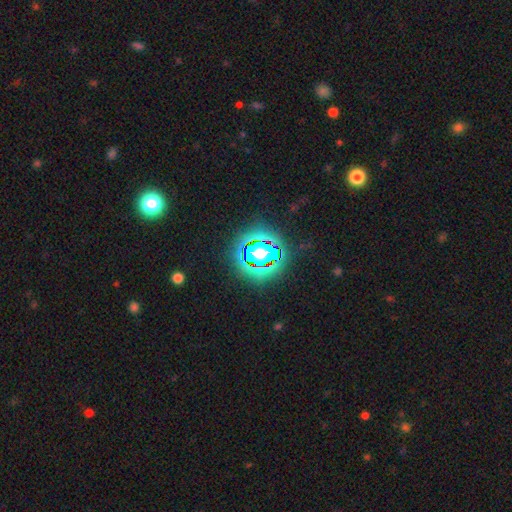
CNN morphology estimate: smooth-or-featured: star or artifact: 66% | smooth: 21% | featured or disk: 13%